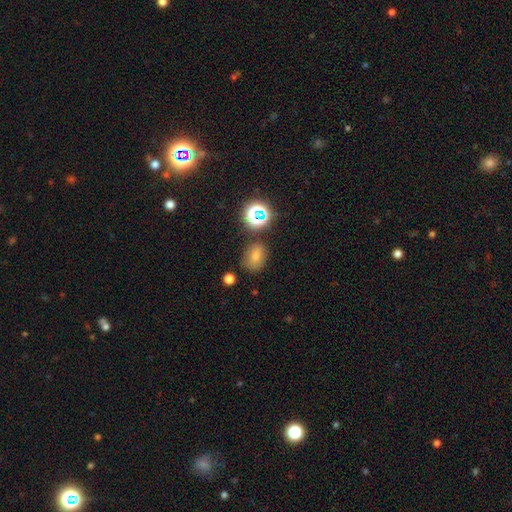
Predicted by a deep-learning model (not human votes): Morphology: type=smooth (52%); roundness=in between (53%); merging=none (80%).